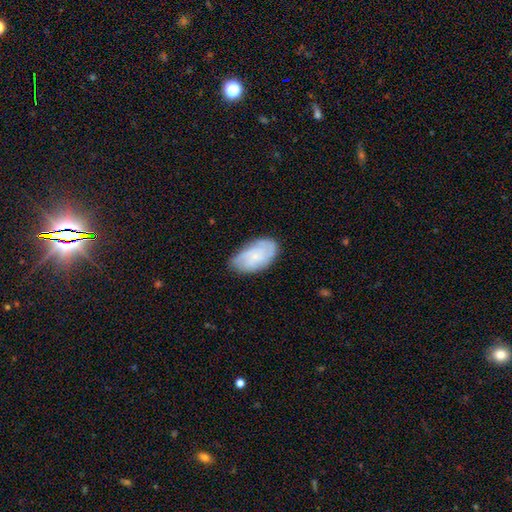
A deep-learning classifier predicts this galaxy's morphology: A featured or disk galaxy (53%) with no bar (76%), spiral arms (87%) and a small central bulge (69%).

Vote fractions:
- Smooth or featured? featured or disk: 53% / smooth: 40% / star or artifact: 7%
- Edge-on disk? no: 96% / yes: 4%
- Bar? no: 76% / weak: 21% / strong: 3%
- Spiral arms? yes: 87% / no: 13%
- Bulge size? small: 69% / moderate: 15% / none: 13% / large: 1% / dominant: 1%
- Merging? none: 71% / minor disturbance: 23% / major disturbance: 5% / merger: 1%